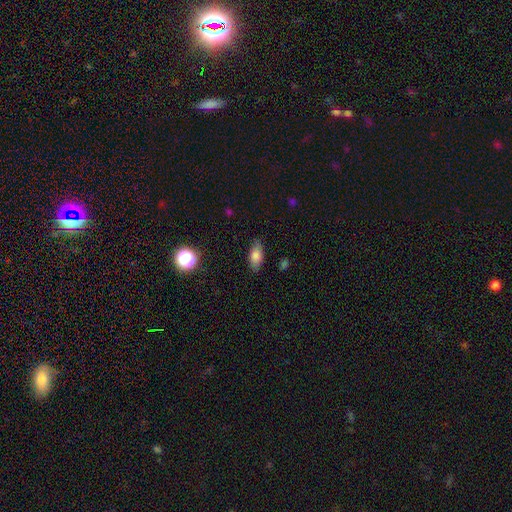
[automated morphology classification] smooth 79%, featured or disk 13%, star or artifact 9%. Down the decision tree: how rounded — in between (85%); merging — none (81%).